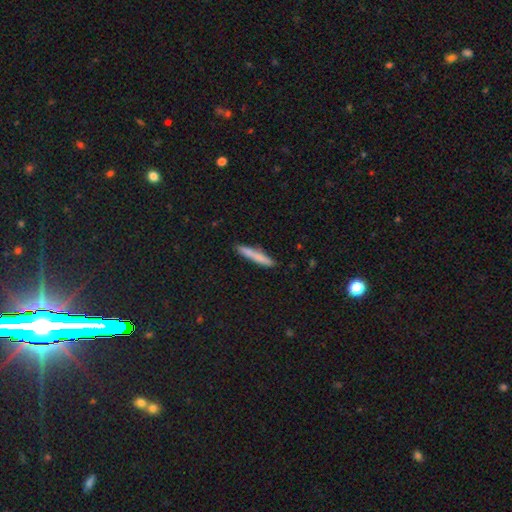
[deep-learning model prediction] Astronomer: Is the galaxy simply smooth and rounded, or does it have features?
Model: smooth — 74%.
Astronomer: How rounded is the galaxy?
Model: cigar-shaped — 94%.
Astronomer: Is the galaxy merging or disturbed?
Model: none — 85%.